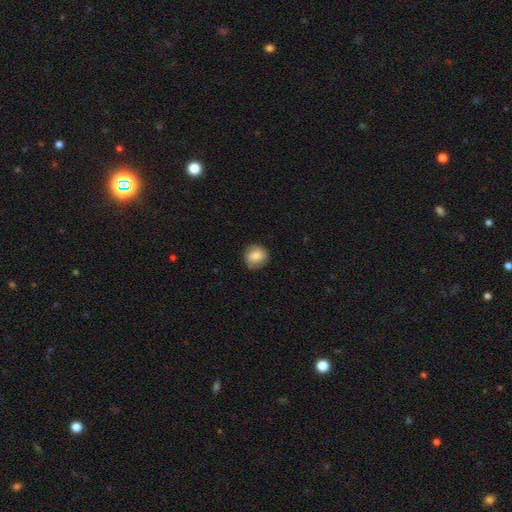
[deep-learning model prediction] smooth 82%, featured or disk 10%, star or artifact 8%. Down the decision tree: how rounded — round (86%); merging — none (82%).